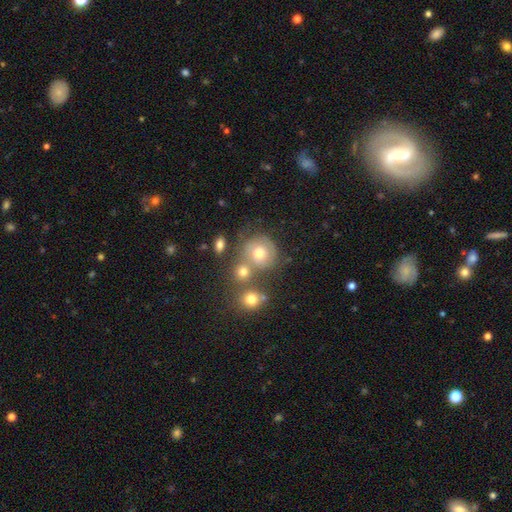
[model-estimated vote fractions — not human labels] Smooth or featured? Predicted: smooth (p=0.44). Merging? Predicted: none (p=0.60).